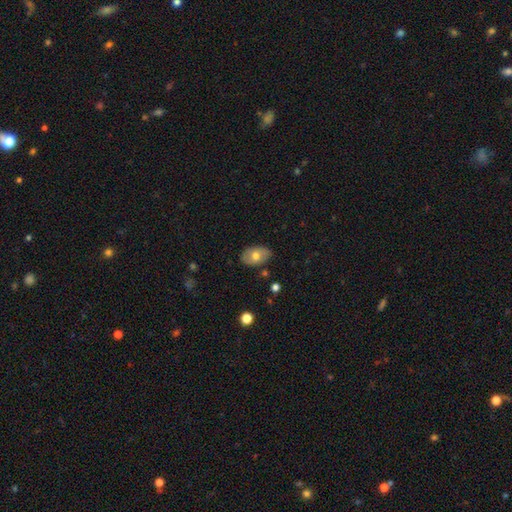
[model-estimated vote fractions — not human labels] This is likely a smooth galaxy (66%). How rounded: clearly in between (90%). Merging: clearly none (83%).